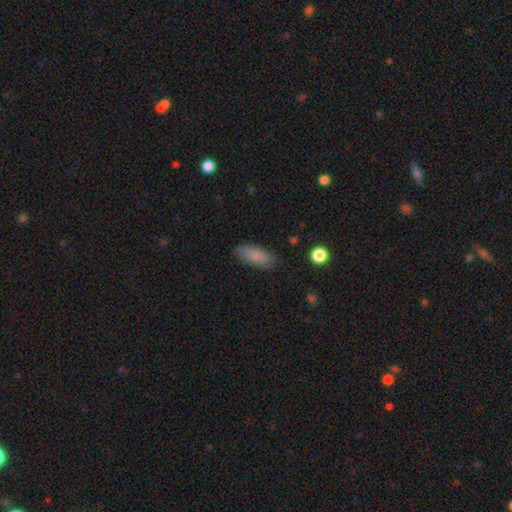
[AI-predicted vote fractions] Smooth or featured: smooth — 84% (featured or disk — 9%)
How rounded: in between — 77% (cigar-shaped — 20%)
Merging: none — 80% (minor disturbance — 15%)